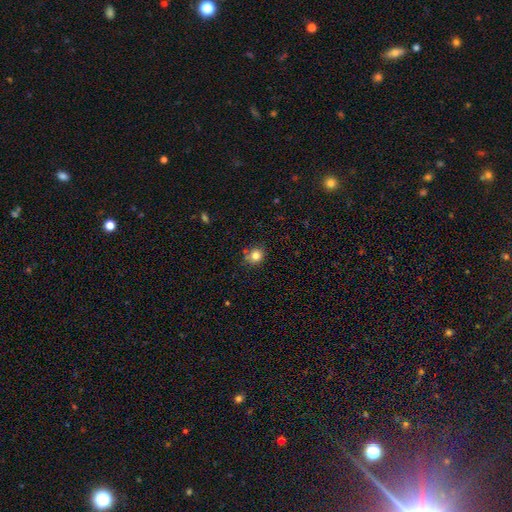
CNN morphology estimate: This is clearly a smooth galaxy (82%). How rounded: clearly round (84%). Merging: likely none (76%).